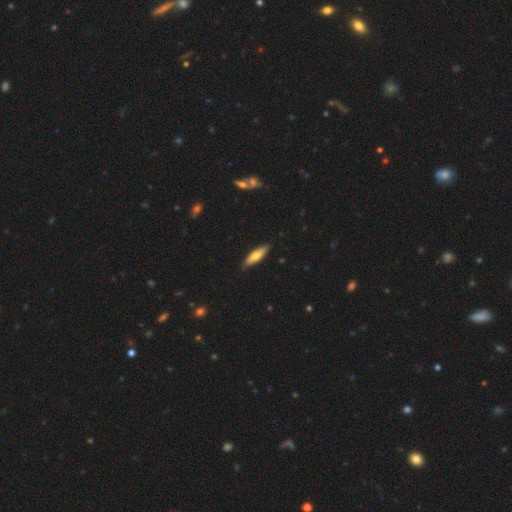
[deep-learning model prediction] A smooth galaxy with no disk features (63%) that is cigar-shaped (68%). Merging: none (87%).